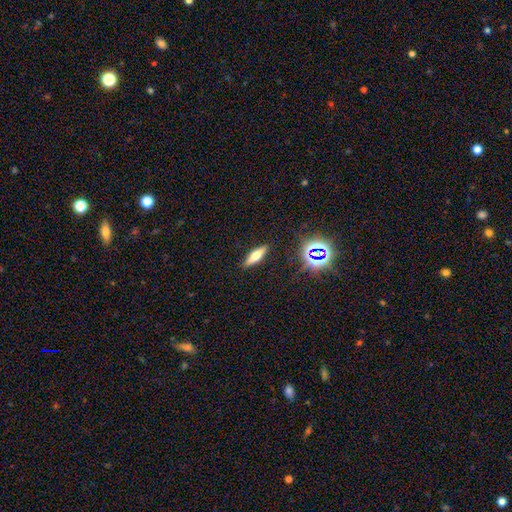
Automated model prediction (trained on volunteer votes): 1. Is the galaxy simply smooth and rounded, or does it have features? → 51% smooth, 36% featured or disk, 13% star or artifact.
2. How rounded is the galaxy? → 60% cigar-shaped, 36% in between, 4% round.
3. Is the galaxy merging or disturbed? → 89% none, 8% minor disturbance, 2% major disturbance, 1% merger.